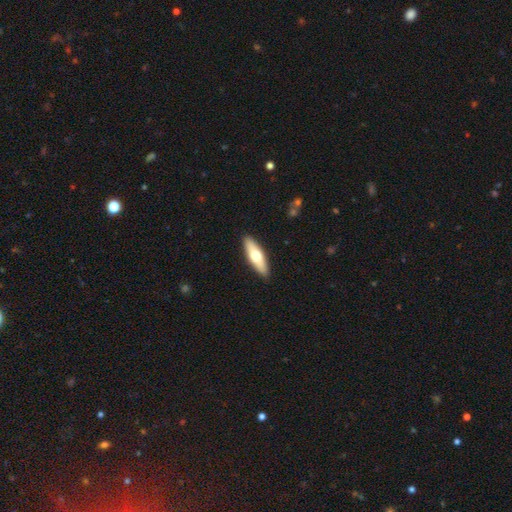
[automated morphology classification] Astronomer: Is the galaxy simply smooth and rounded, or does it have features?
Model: smooth — 56% (runner-up: featured or disk, 39%).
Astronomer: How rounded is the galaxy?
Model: cigar-shaped — 54% (runner-up: in between, 44%).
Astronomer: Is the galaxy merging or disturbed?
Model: none — 90%.